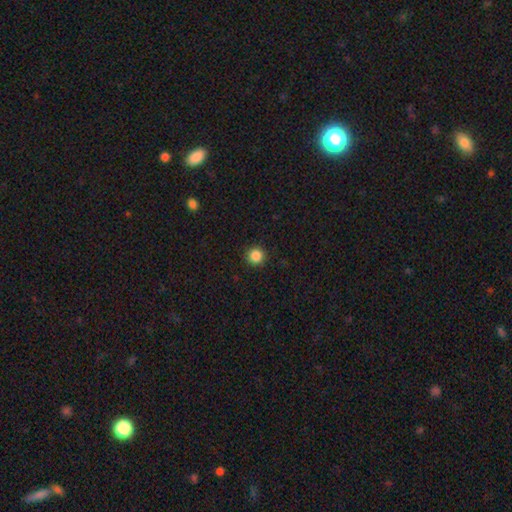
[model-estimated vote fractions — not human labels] Overall: smooth (86%). How rounded: round (95%). Merging: none (92%).